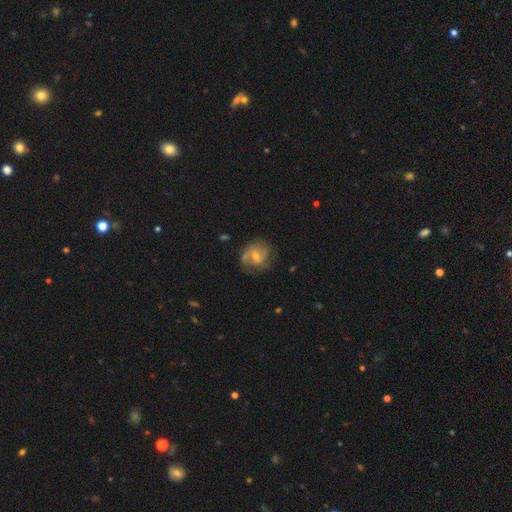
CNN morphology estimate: The model was most divided on "bulge size": small: 48%, moderate: 47%, none: 3%, large: 2%, dominant: 1%. Remaining: edge-on disk — no (97%); spiral arms — yes (94%); smooth or featured — featured or disk (76%); merging — none (74%); spiral arm count — 2 (60%); spiral winding — medium (46%); bar — weak (46%).